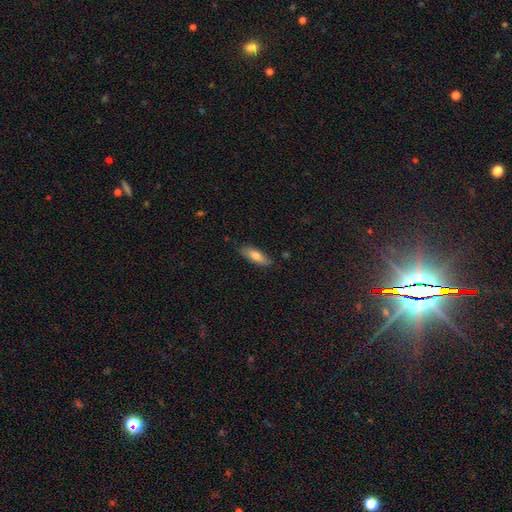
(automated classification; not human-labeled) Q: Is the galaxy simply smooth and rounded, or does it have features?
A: smooth — 75%.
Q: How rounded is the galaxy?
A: in between — 62%.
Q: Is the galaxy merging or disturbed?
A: none — 80%.